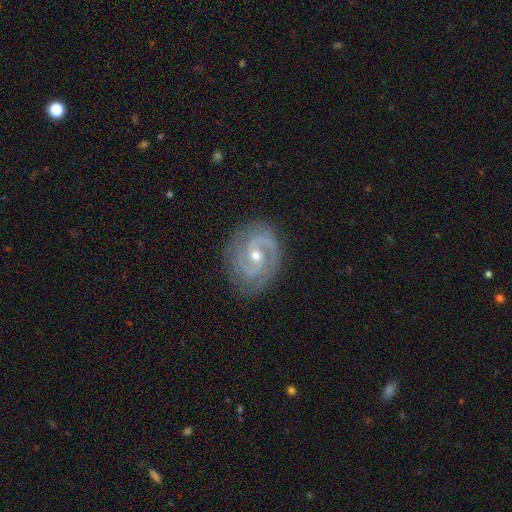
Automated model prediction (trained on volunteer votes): This is clearly a featured or disk galaxy (91%). It is clearly not viewed edge-on (97%). Bar: marginally no (44%). Spiral arm pattern: clearly yes (98%). Spiral arm count: clearly 2 (81%). Spiral winding: possibly tight (47%). Central bulge: possibly moderate (54%). Merging: clearly none (81%).